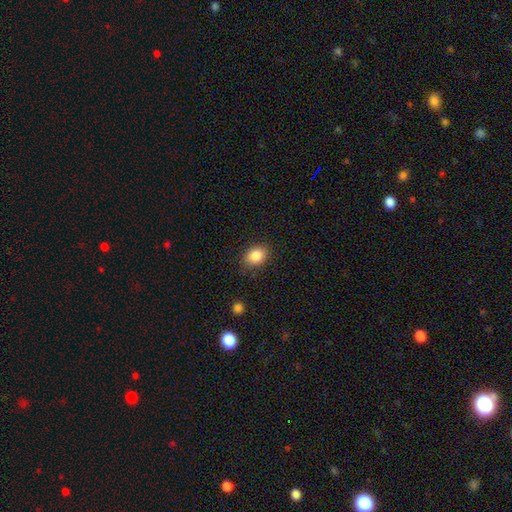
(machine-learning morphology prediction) A smooth galaxy with no disk features (86%) that is in between round and cigar-shaped (61%).

Vote fractions:
- Smooth or featured? smooth: 86% / star or artifact: 9% / featured or disk: 5%
- How rounded? in between: 61% / round: 39% / cigar-shaped: 1%
- Merging? none: 84% / minor disturbance: 12% / major disturbance: 3% / merger: 1%